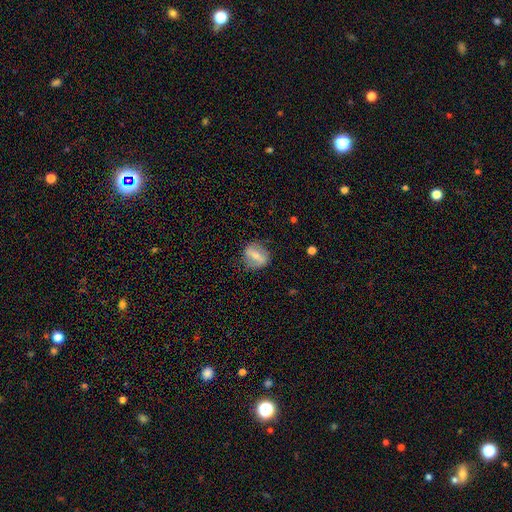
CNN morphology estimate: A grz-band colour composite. It shows a smooth galaxy with no disk features (50%). Merging: none (74%).